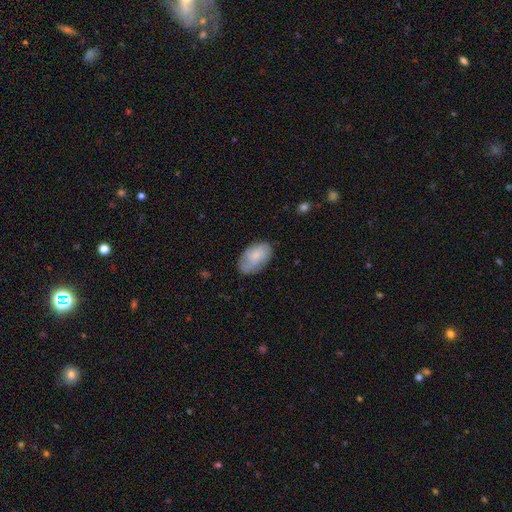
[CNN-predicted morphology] smooth_or_featured: smooth (p=0.64) [alt: featured or disk p=0.29]
how_rounded: in between (p=0.93) [alt: round p=0.06]
merging: none (p=0.71) [alt: minor disturbance p=0.22]